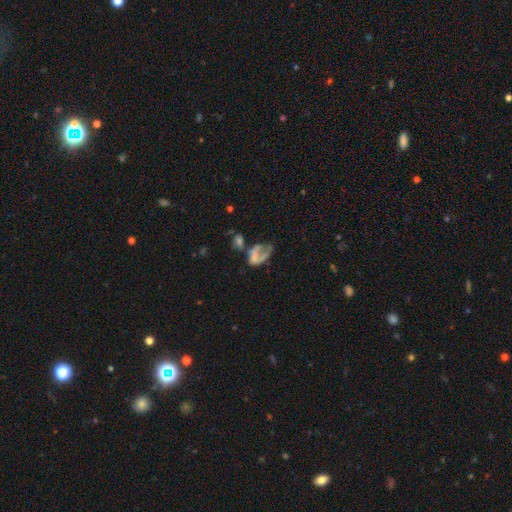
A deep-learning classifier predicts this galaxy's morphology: smooth-or-featured: featured or disk: 47% | smooth: 39% | star or artifact: 14%
  merging: major disturbance: 40% | merger: 28% | none: 19% | minor disturbance: 13%